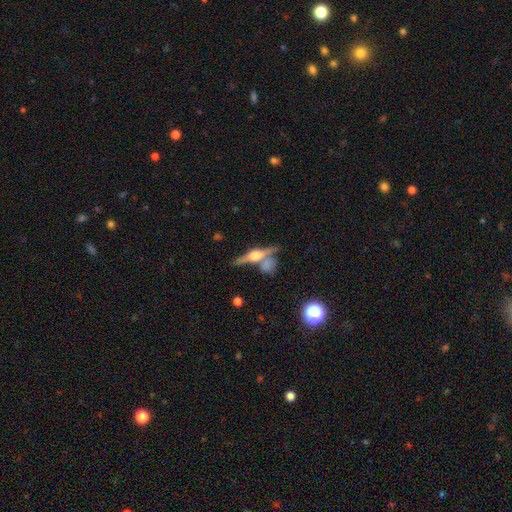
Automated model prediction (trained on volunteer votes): Smooth or featured? featured or disk (74%)
Edge-on disk? yes (95%)
Edge-on bulge? rounded (92%)
Merging? none (62%)